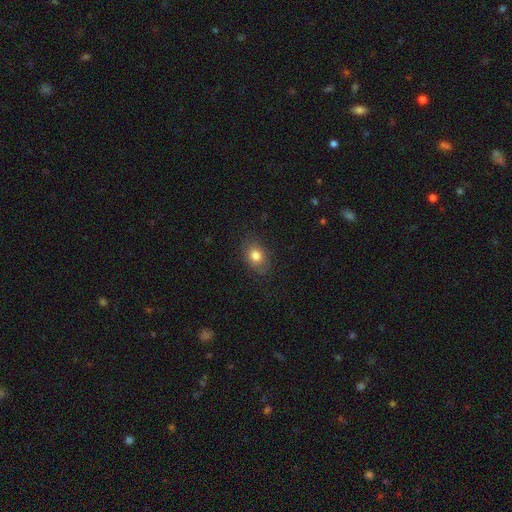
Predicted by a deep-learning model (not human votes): Smooth or featured? Predicted: smooth (p=0.80). How rounded? Predicted: in between (p=0.69). Merging? Predicted: none (p=0.80).